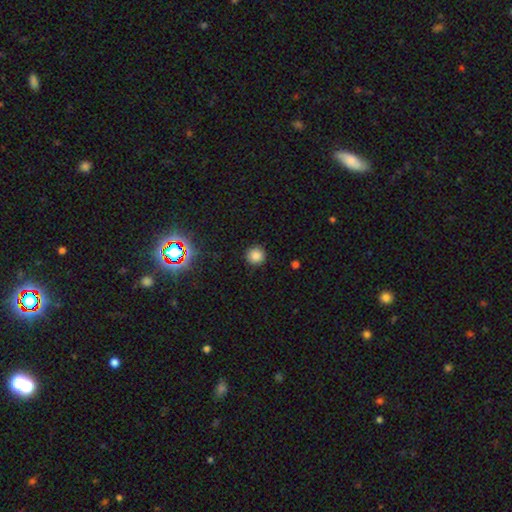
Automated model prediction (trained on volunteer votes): smooth_or_featured: smooth (p=0.81) [alt: star or artifact p=0.15]
how_rounded: round (p=0.94) [alt: in between p=0.05]
merging: none (p=0.90) [alt: minor disturbance p=0.07]